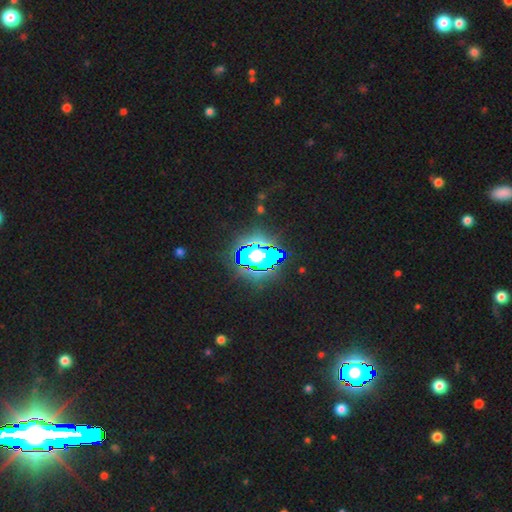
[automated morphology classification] This appears to be a star or artifact, not a galaxy (63%).